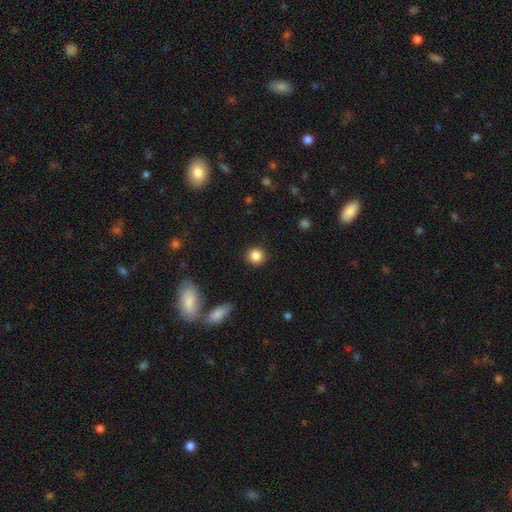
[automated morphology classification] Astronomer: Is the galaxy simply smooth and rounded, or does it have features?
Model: smooth — 86%.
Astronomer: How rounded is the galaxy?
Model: round — 91%.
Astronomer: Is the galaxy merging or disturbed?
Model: none — 90%.